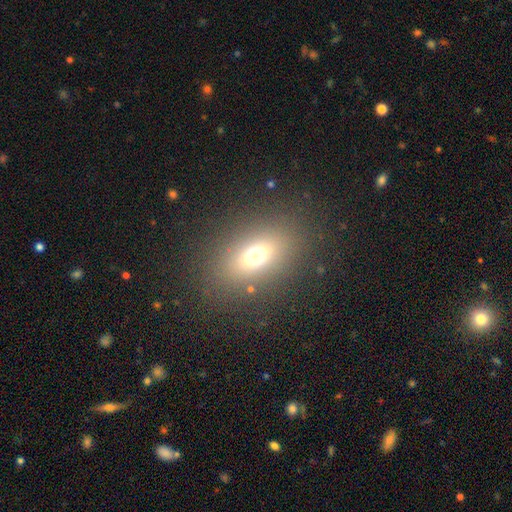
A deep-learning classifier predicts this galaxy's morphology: The model was most divided on "smooth or featured": smooth: 67%, star or artifact: 18%, featured or disk: 15%. More confident: merging — none (84%); how rounded — in between (73%).